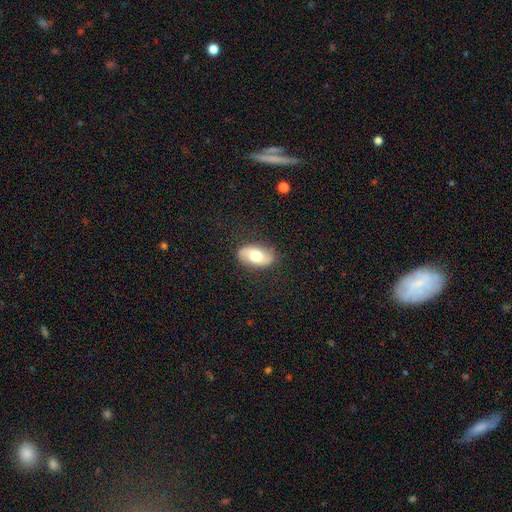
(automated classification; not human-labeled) Smooth or featured?
  - smooth: 51% *
  - featured or disk: 42%
  - star or artifact: 7%
How rounded?
  - in between: 92% *
  - round: 6%
  - cigar-shaped: 3%
Merging?
  - none: 83% *
  - minor disturbance: 12%
  - major disturbance: 4%
  - merger: 1%